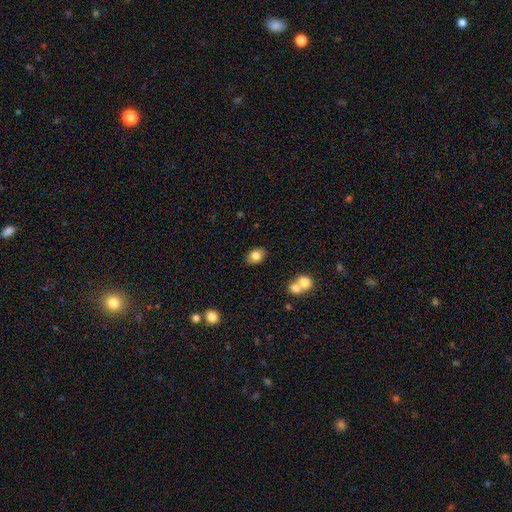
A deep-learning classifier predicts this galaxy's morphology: smooth_or_featured: smooth (p=0.81) [alt: featured or disk p=0.10]
how_rounded: in between (p=0.77) [alt: round p=0.22]
merging: none (p=0.83) [alt: minor disturbance p=0.10]